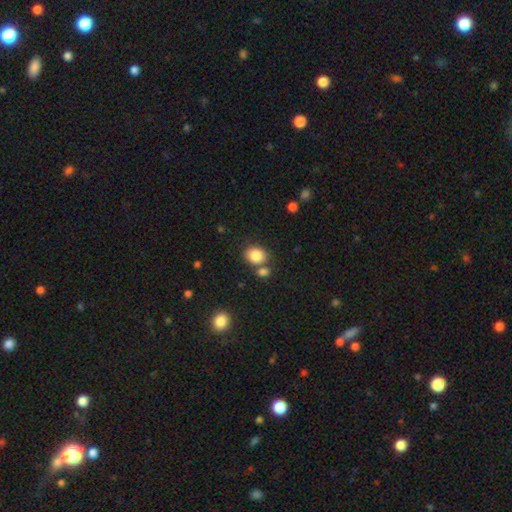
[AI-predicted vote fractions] A smooth galaxy with no disk features (85%) that is round (52%). Merging: none (65%).